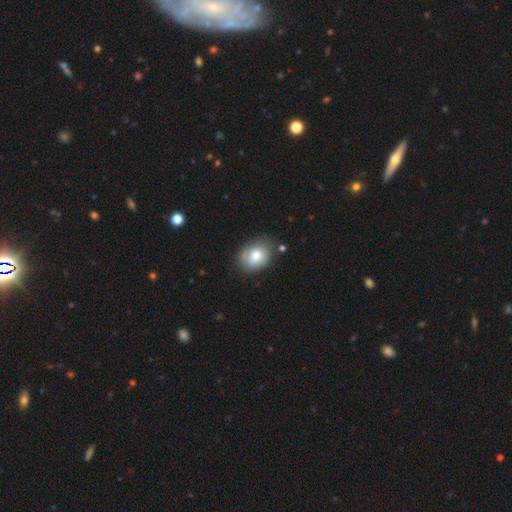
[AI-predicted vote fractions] A smooth galaxy with no disk features (78%) that is in between round and cigar-shaped (65%).

Vote fractions:
- Smooth or featured? smooth: 78% / featured or disk: 14% / star or artifact: 8%
- How rounded? in between: 65% / round: 34% / cigar-shaped: 1%
- Merging? none: 77% / minor disturbance: 17% / major disturbance: 4% / merger: 3%